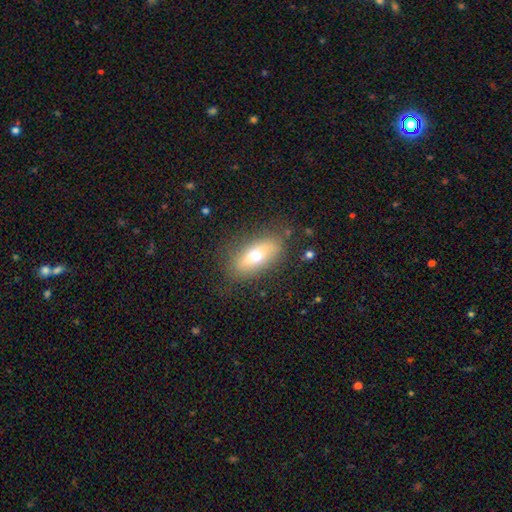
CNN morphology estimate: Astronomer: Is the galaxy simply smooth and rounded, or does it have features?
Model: smooth — 62%.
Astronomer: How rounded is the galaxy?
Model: in between — 78%.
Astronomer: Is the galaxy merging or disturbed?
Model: none — 79%.